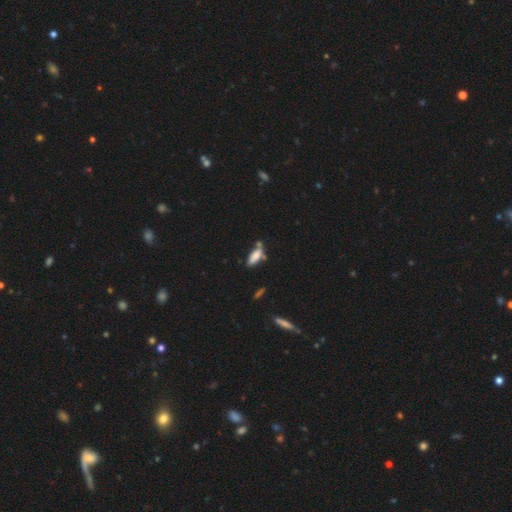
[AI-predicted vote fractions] This appears to be a smooth galaxy with no disk features (79%) that is in between round and cigar-shaped (74%). Merging: none (51%).